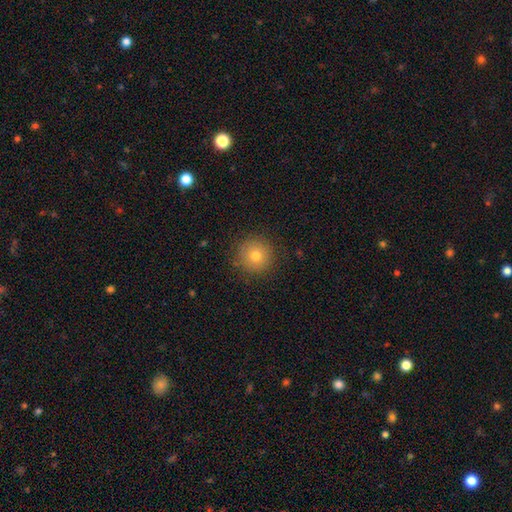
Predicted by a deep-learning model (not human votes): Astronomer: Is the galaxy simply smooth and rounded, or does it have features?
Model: smooth — 76%.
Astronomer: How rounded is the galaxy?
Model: round — 95%.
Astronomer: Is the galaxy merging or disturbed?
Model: none — 89%.